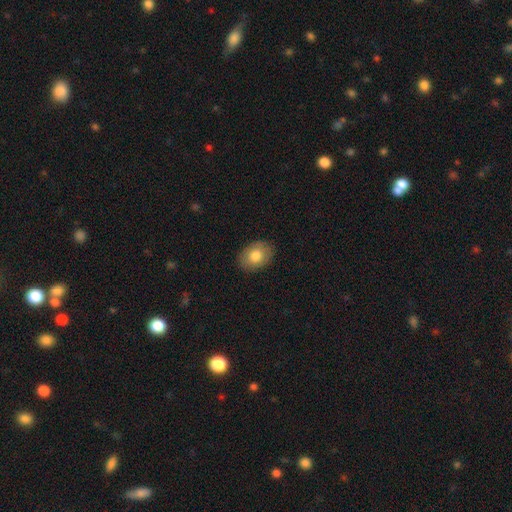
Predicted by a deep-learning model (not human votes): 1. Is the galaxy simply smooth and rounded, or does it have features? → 79% smooth, 14% featured or disk, 7% star or artifact.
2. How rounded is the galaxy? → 77% in between, 22% round, 1% cigar-shaped.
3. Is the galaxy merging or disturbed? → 86% none, 10% minor disturbance, 2% major disturbance, 1% merger.